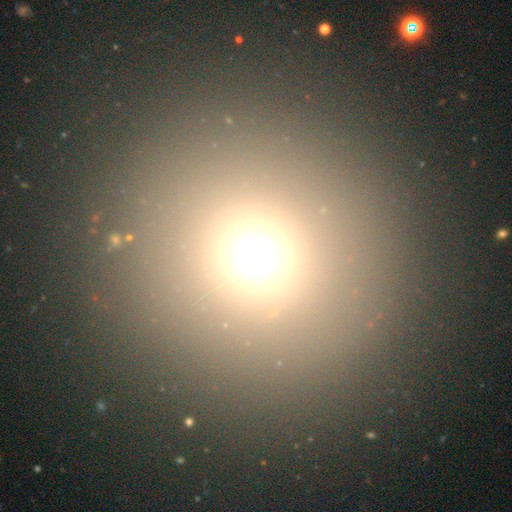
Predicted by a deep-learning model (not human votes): A smooth galaxy with no disk features (65%) that is round (91%).

Vote fractions:
- Smooth or featured? smooth: 65% / star or artifact: 26% / featured or disk: 9%
- How rounded? round: 91% / in between: 8% / cigar-shaped: 1%
- Merging? none: 87% / minor disturbance: 6% / major disturbance: 4% / merger: 2%